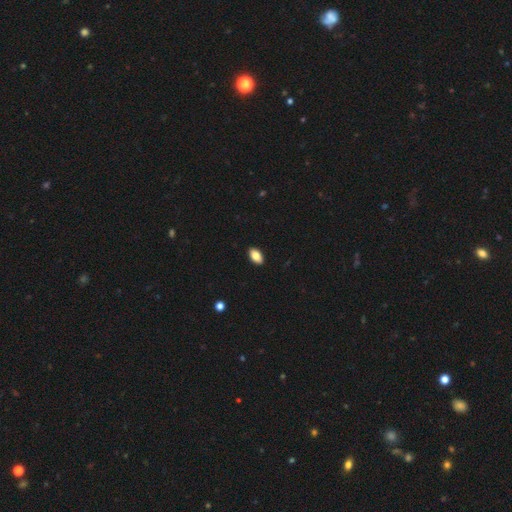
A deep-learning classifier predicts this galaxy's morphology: Smooth or featured: smooth — 83% (featured or disk — 10%)
How rounded: in between — 93% (round — 5%)
Merging: none — 90% (minor disturbance — 7%)